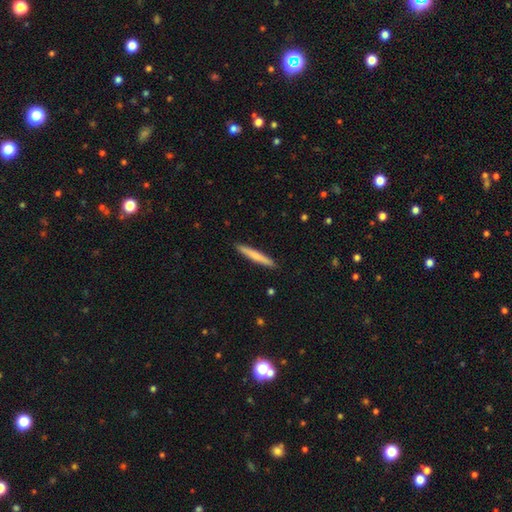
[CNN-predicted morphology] smooth-or-featured: smooth: 71% | featured or disk: 24% | star or artifact: 5%
  how-rounded: cigar-shaped: 96% | in between: 3% | round: 1%
  merging: none: 92% | minor disturbance: 6% | major disturbance: 1% | merger: 1%